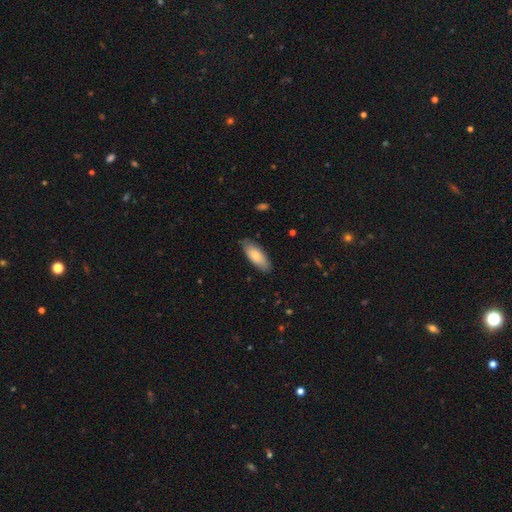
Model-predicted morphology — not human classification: smooth 80%, featured or disk 14%, star or artifact 6%. Down the decision tree: how rounded — in between (76%); merging — none (82%).